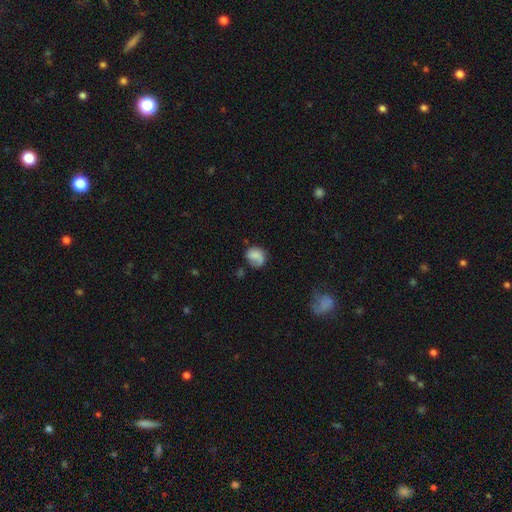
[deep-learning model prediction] smooth_or_featured: smooth (p=0.66) [alt: featured or disk p=0.24]
how_rounded: round (p=0.62) [alt: in between p=0.37]
merging: none (p=0.50) [alt: minor disturbance p=0.29]